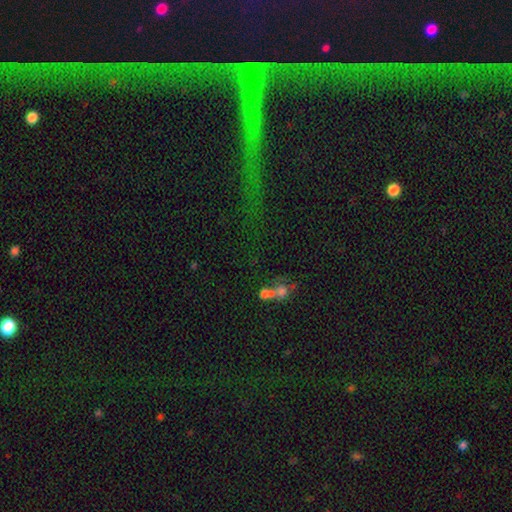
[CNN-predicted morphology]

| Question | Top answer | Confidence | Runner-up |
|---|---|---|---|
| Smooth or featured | star or artifact | 58% | smooth (22%) |